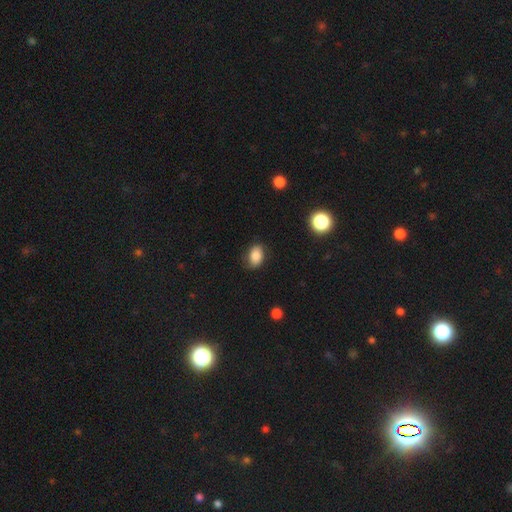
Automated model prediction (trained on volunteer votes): Smooth or featured?
  - smooth: 82% *
  - star or artifact: 9%
  - featured or disk: 9%
How rounded?
  - in between: 81% *
  - round: 17%
  - cigar-shaped: 1%
Merging?
  - none: 77% *
  - minor disturbance: 17%
  - major disturbance: 4%
  - merger: 1%